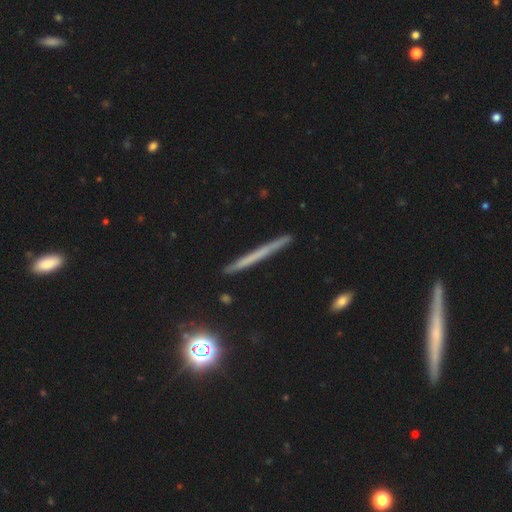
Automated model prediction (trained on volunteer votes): Smooth or featured? featured or disk (46%)
Merging? none (89%)